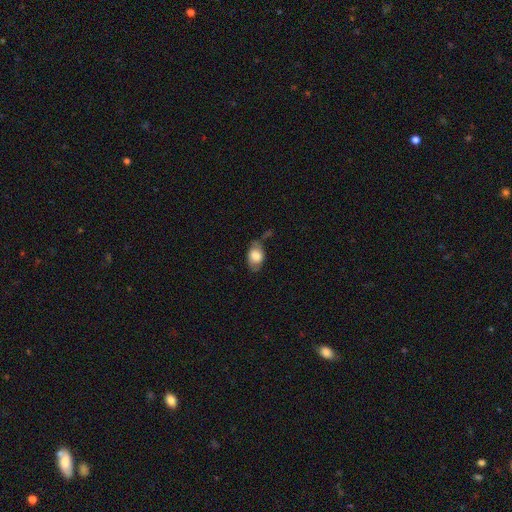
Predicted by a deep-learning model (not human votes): Smooth or featured? smooth (71%)
How rounded? in between (88%)
Merging? none (57%)